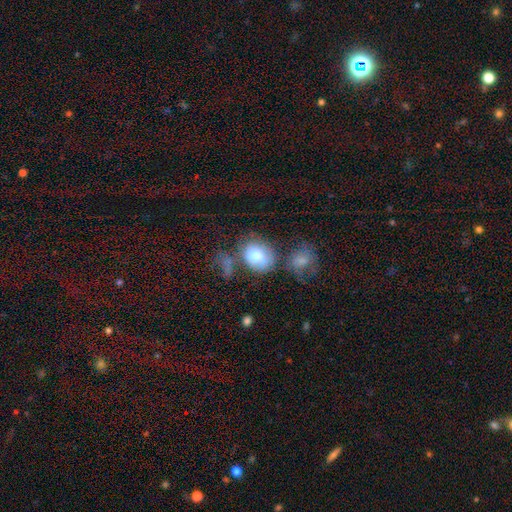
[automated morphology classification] smooth-or-featured: smooth: 69% | featured or disk: 21% | star or artifact: 10%
  how-rounded: in between: 51% | round: 47% | cigar-shaped: 1%
  merging: none: 32% | merger: 27% | major disturbance: 21% | minor disturbance: 20%